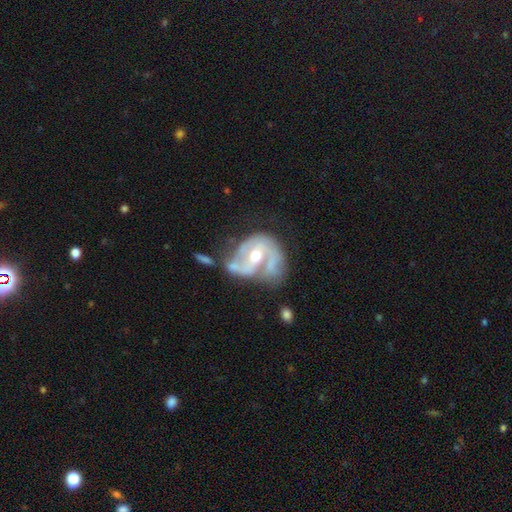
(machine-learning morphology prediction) Smooth or featured: featured or disk — 83% (smooth — 11%)
Edge-on disk: no — 97% (yes — 3%)
Bar: weak — 40% (no — 36%)
Spiral arms: yes — 85% (no — 15%)
Spiral winding: medium — 45% (loose — 28%)
Spiral arm count: 2 — 63% (can't tell — 15%)
Bulge size: moderate — 63% (small — 32%)
Merging: none — 32% (major disturbance — 26%)